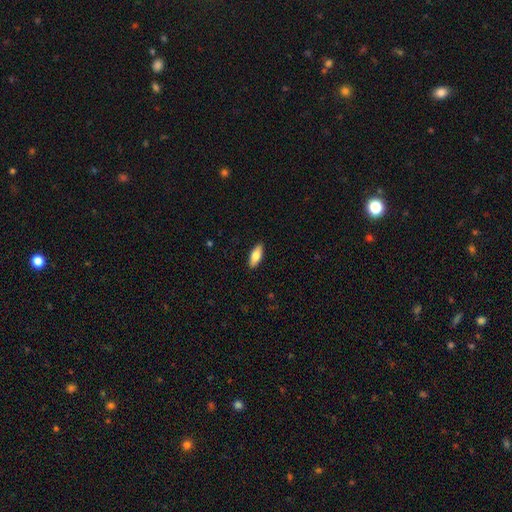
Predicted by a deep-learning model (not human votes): Smooth or featured?
  - smooth: 78% *
  - featured or disk: 16%
  - star or artifact: 6%
How rounded?
  - in between: 75% *
  - cigar-shaped: 23%
  - round: 2%
Merging?
  - none: 90% *
  - minor disturbance: 7%
  - major disturbance: 2%
  - merger: 1%